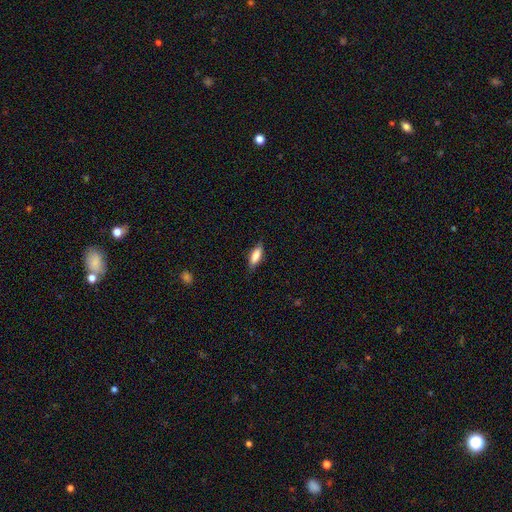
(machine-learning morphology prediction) This appears to be a smooth galaxy with no disk features (81%) that is in between round and cigar-shaped (67%). Merging: none (80%).